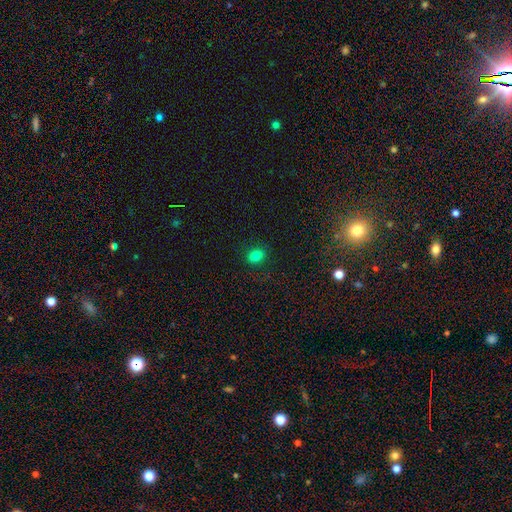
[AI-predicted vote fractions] Q: Smooth or featured?
A: smooth (82%); runner-up: star or artifact (13%)
Q: How rounded?
A: in between (52%); runner-up: round (47%)
Q: Merging?
A: none (87%); runner-up: minor disturbance (9%)